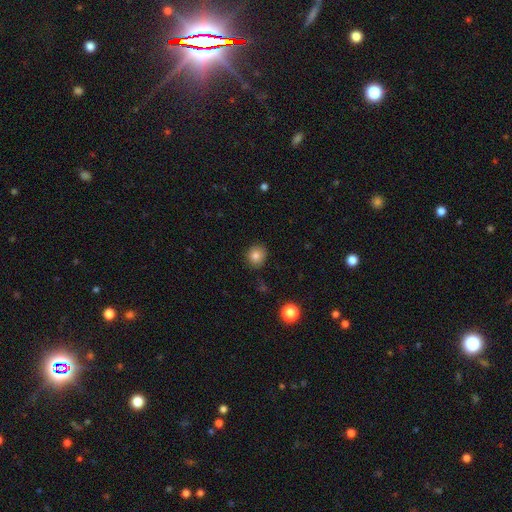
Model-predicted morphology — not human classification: Overall: smooth (82%). How rounded: round (86%). Merging: none (87%).